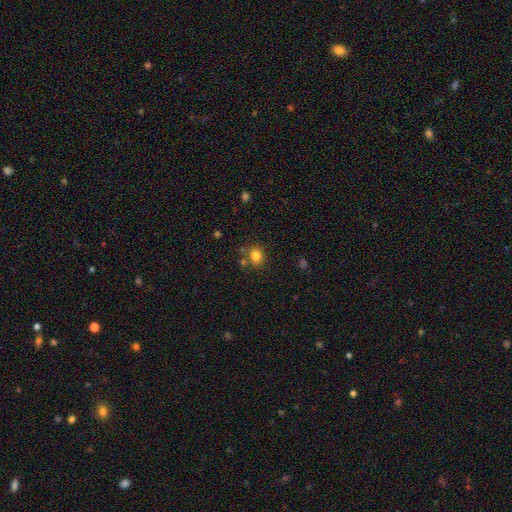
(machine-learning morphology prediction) Overall: smooth (81%). How rounded: round (63%; in between 37%). Merging: none (73%).